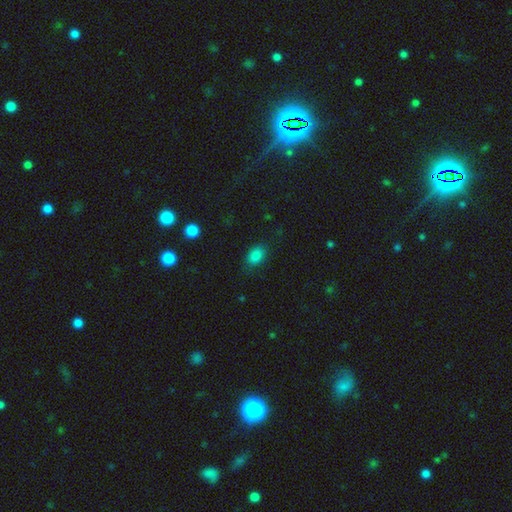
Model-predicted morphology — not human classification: type=smooth (84%); roundness=in between (84%); merging=none (81%).